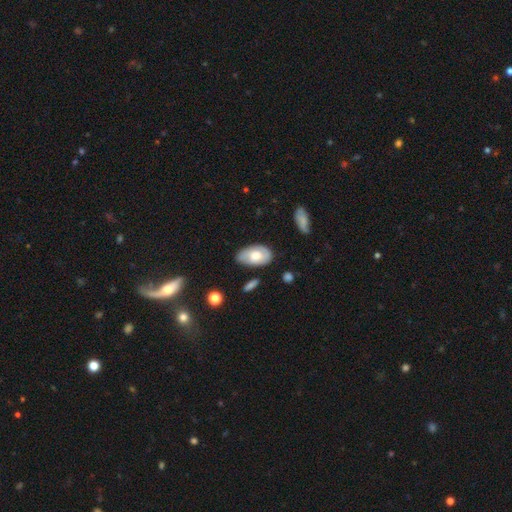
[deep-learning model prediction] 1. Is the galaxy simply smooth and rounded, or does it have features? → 54% smooth, 40% featured or disk, 6% star or artifact.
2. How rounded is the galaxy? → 93% in between, 5% round, 2% cigar-shaped.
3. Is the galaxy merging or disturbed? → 62% none, 28% minor disturbance, 6% major disturbance, 4% merger.